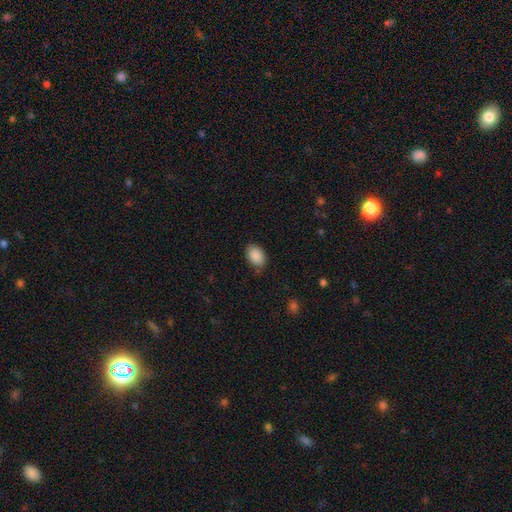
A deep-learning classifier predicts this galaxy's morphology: Smooth or featured?
  - smooth: 89% *
  - star or artifact: 7%
  - featured or disk: 4%
How rounded?
  - in between: 84% *
  - round: 15%
  - cigar-shaped: 1%
Merging?
  - none: 78% *
  - minor disturbance: 17%
  - major disturbance: 3%
  - merger: 1%